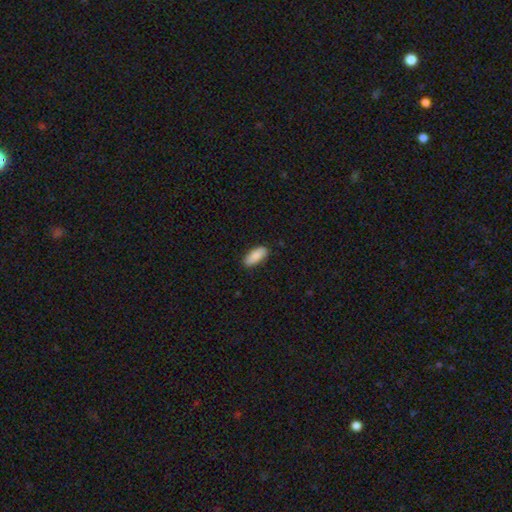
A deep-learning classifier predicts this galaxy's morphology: Smooth or featured: smooth — 88% (featured or disk — 6%)
How rounded: in between — 85% (cigar-shaped — 13%)
Merging: none — 87% (minor disturbance — 10%)